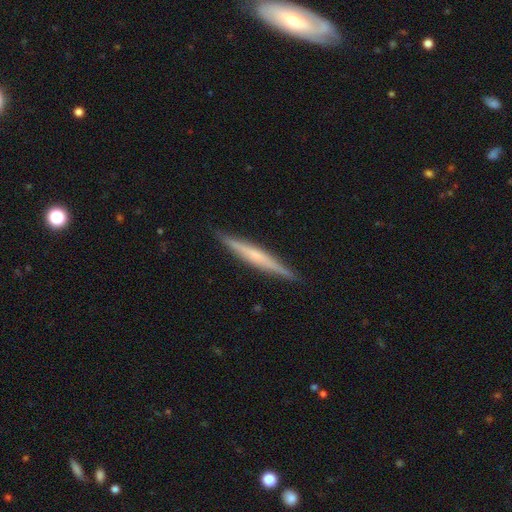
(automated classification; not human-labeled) Smooth or featured? Predicted: featured or disk (p=0.59). Edge-on disk? Predicted: yes (p=0.97). Edge-on bulge? Predicted: none (p=0.48). Merging? Predicted: none (p=0.91).